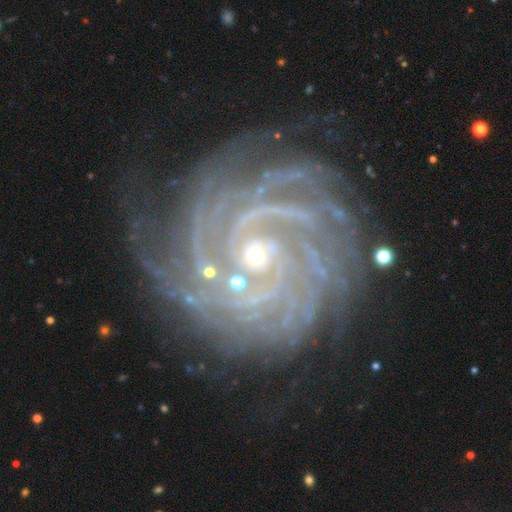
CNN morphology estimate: A featured or disk galaxy (91%) with no bar (52%), more than 4 (29%) tight (83%) spiral arms (98%) and a small central bulge (66%). Merging: none (74%).